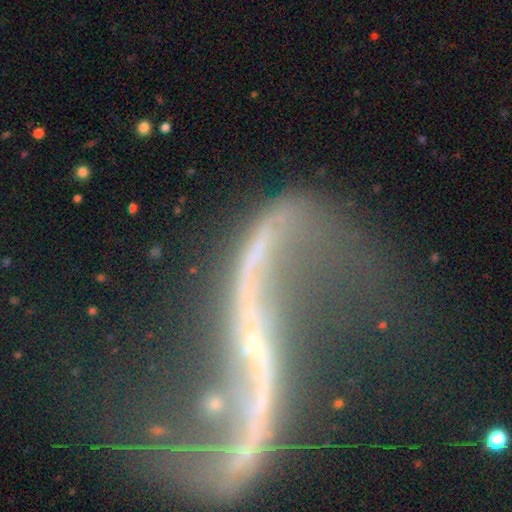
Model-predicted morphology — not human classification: Smooth or featured?
  - featured or disk: 75% *
  - star or artifact: 14%
  - smooth: 11%
Edge-on disk?
  - no: 81% *
  - yes: 19%
Bar?
  - no: 45% *
  - strong: 31%
  - weak: 25%
Spiral arms?
  - yes: 71% *
  - no: 29%
Bulge size?
  - small: 53% *
  - none: 33%
  - moderate: 9%
  - large: 3%
  - dominant: 2%
Merging?
  - major disturbance: 32% *
  - none: 31%
  - merger: 21%
  - minor disturbance: 16%